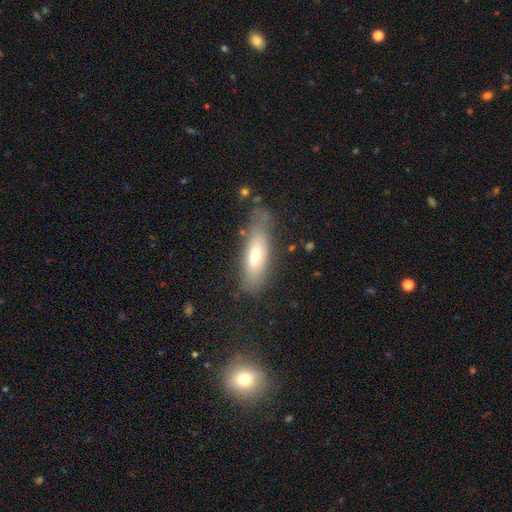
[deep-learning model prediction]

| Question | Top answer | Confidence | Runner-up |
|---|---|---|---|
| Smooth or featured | smooth | 62% | featured or disk (30%) |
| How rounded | in between | 54% | cigar-shaped (44%) |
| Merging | none | 67% | minor disturbance (22%) |